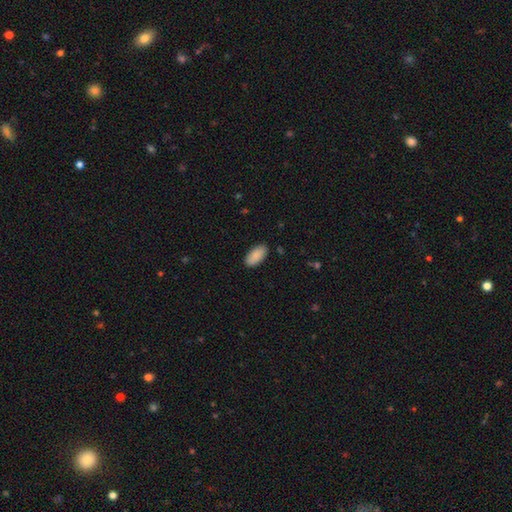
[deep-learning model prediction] Q: Smooth or featured?
A: smooth (90%); runner-up: star or artifact (6%)
Q: How rounded?
A: in between (94%); runner-up: cigar-shaped (4%)
Q: Merging?
A: none (88%); runner-up: minor disturbance (9%)